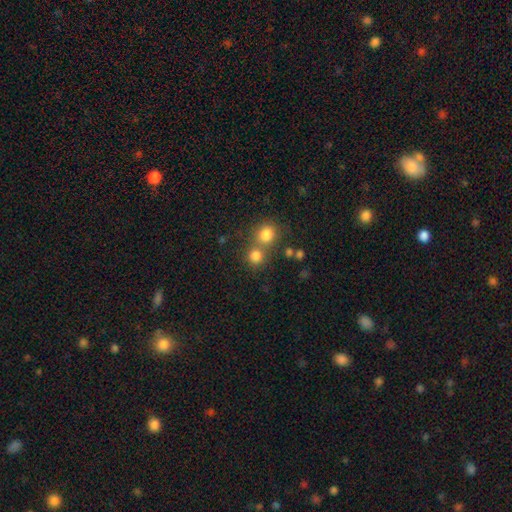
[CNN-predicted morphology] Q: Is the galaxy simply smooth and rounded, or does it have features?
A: smooth — 79%.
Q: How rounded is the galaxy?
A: round — 88%.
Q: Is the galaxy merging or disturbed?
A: none — 55%.